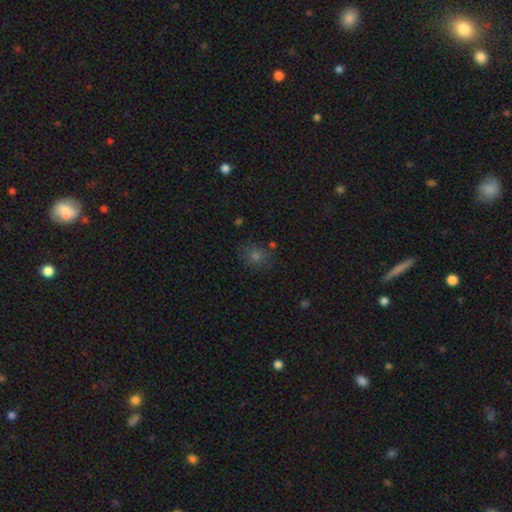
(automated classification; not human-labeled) smooth 61%, star or artifact 29%, featured or disk 10%. Down the decision tree: how rounded — round (72%); merging — none (79%).